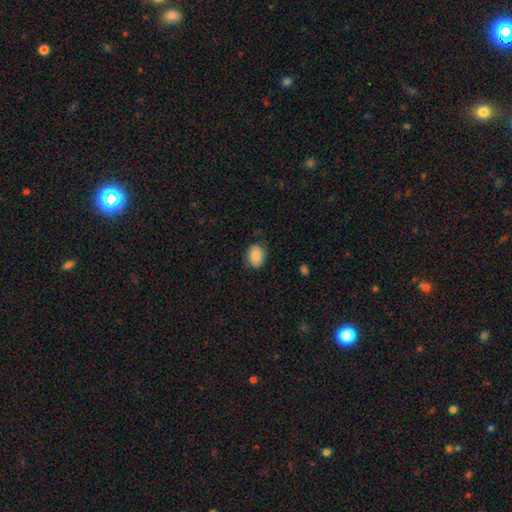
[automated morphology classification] A smooth galaxy with no disk features (83%) that is in between round and cigar-shaped (69%).

Vote fractions:
- Smooth or featured? smooth: 83% / featured or disk: 10% / star or artifact: 7%
- How rounded? in between: 69% / round: 31% / cigar-shaped: 1%
- Merging? none: 74% / minor disturbance: 20% / major disturbance: 5% / merger: 1%